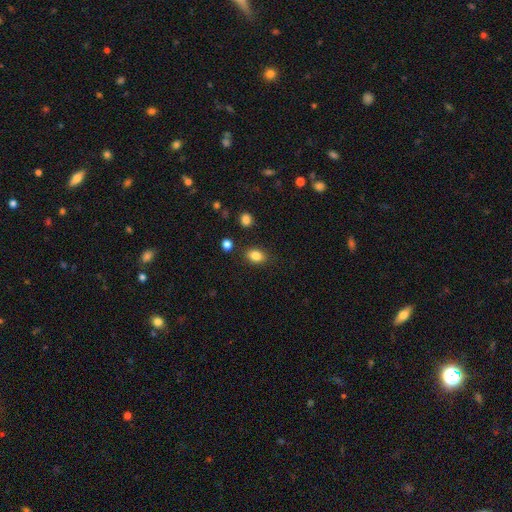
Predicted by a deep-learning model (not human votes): smooth_or_featured: smooth (p=0.84) [alt: star or artifact p=0.10]
how_rounded: in between (p=0.75) [alt: round p=0.24]
merging: none (p=0.84) [alt: minor disturbance p=0.10]